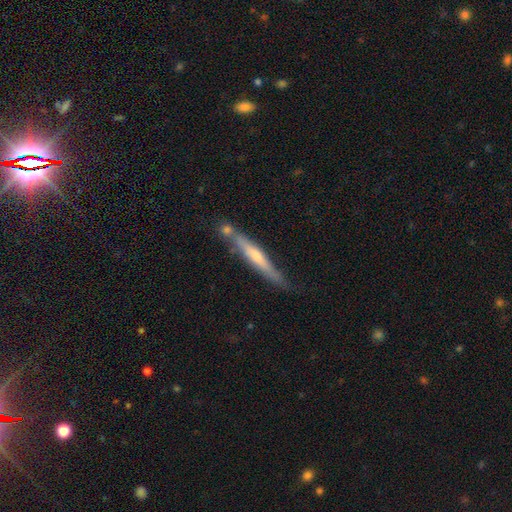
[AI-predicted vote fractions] Q: Smooth or featured?
A: featured or disk (67%); runner-up: smooth (25%)
Q: Edge-on disk?
A: yes (94%); runner-up: no (6%)
Q: Edge-on bulge?
A: rounded (69%); runner-up: none (22%)
Q: Merging?
A: none (73%); runner-up: minor disturbance (17%)